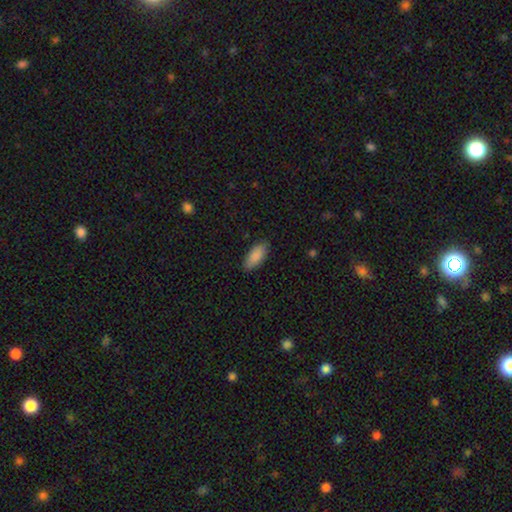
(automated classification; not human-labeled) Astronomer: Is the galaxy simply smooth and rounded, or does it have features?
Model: smooth — 89%.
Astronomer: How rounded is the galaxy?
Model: in between — 87%.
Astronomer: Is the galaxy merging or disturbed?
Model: none — 86%.